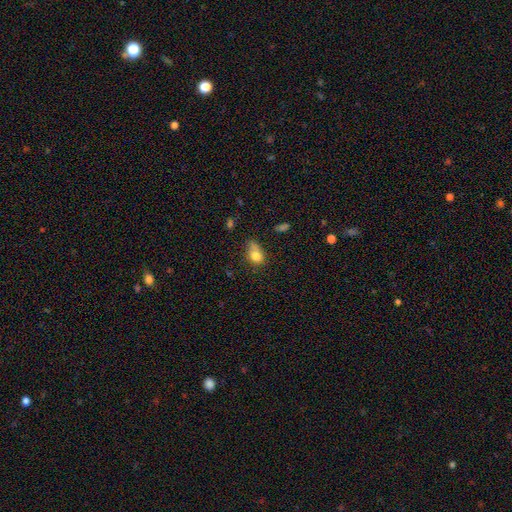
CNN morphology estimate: Smooth or featured? smooth (79%)
How rounded? in between (64%)
Merging? none (40%)